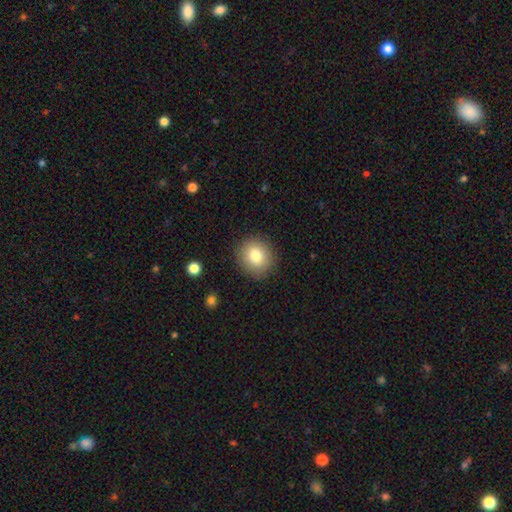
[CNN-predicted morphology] smooth_or_featured: smooth (p=0.80) [alt: featured or disk p=0.10]
how_rounded: round (p=0.84) [alt: in between p=0.15]
merging: none (p=0.89) [alt: minor disturbance p=0.08]